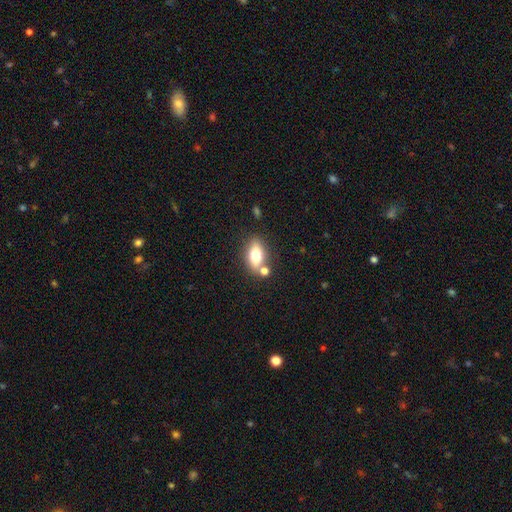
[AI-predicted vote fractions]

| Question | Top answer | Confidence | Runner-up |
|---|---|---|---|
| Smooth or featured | smooth | 66% | featured or disk (25%) |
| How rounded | in between | 79% | cigar-shaped (12%) |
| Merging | none | 67% | merger (17%) |